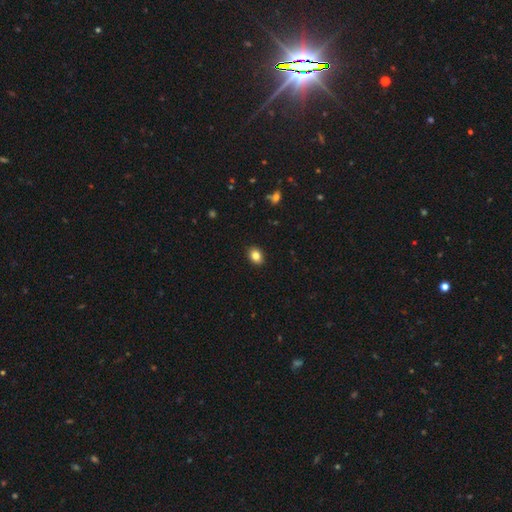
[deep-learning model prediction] This appears to be a smooth galaxy with no disk features (85%) that is in between round and cigar-shaped (63%). Merging: none (91%).